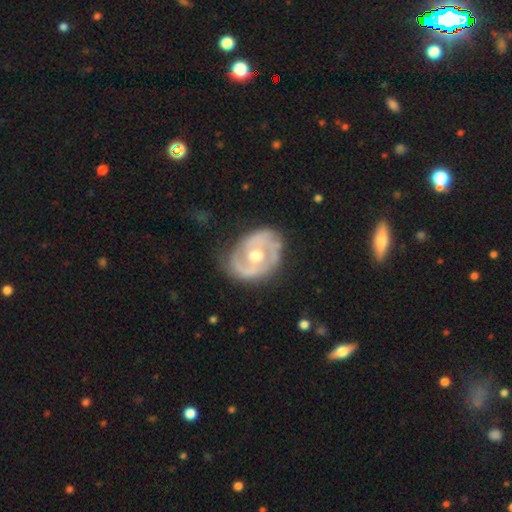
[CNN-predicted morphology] Smooth or featured: featured or disk — 82% (smooth — 14%)
Edge-on disk: no — 97% (yes — 3%)
Bar: no — 64% (weak — 28%)
Spiral arms: yes — 78% (no — 22%)
Spiral winding: tight — 48% (medium — 37%)
Spiral arm count: 2 — 54% (can't tell — 22%)
Bulge size: moderate — 76% (small — 11%)
Merging: none — 69% (minor disturbance — 21%)